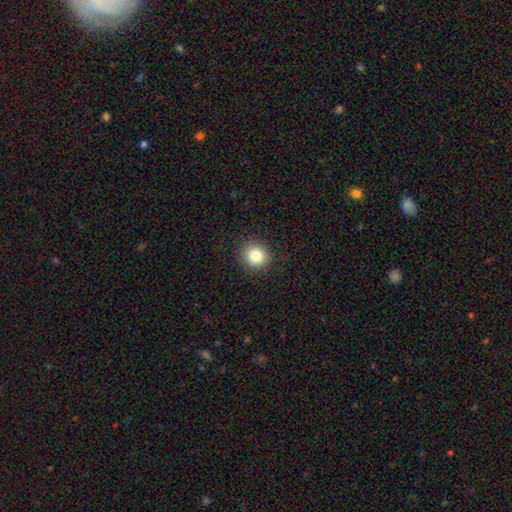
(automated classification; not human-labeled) Overall: smooth (84%). How rounded: round (89%). Merging: none (90%).